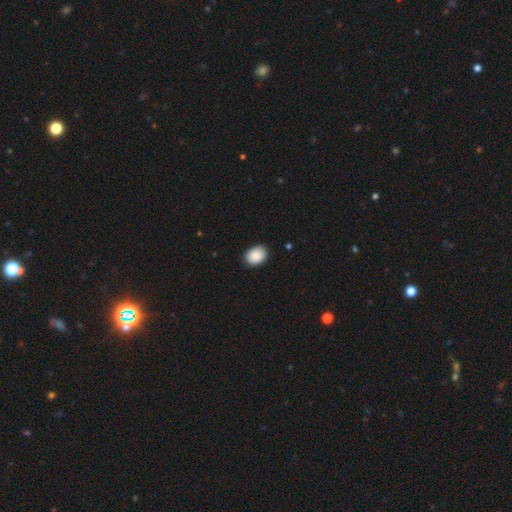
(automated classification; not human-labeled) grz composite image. It shows a smooth galaxy with no disk features (90%) that is in between round and cigar-shaped (70%). Merging: none (88%).